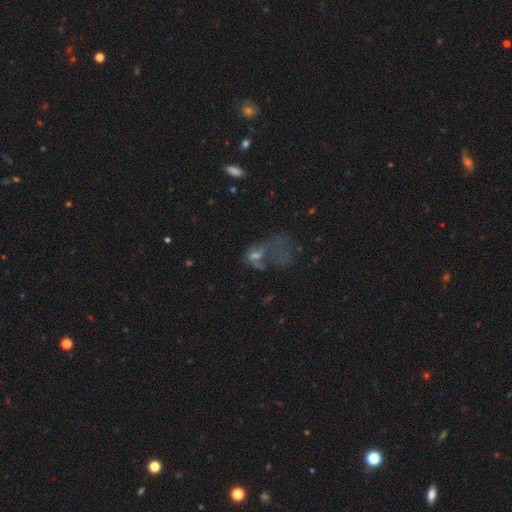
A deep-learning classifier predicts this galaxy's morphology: smooth_or_featured: featured or disk (p=0.46) [alt: smooth p=0.32]
merging: major disturbance (p=0.55) [alt: none p=0.19]